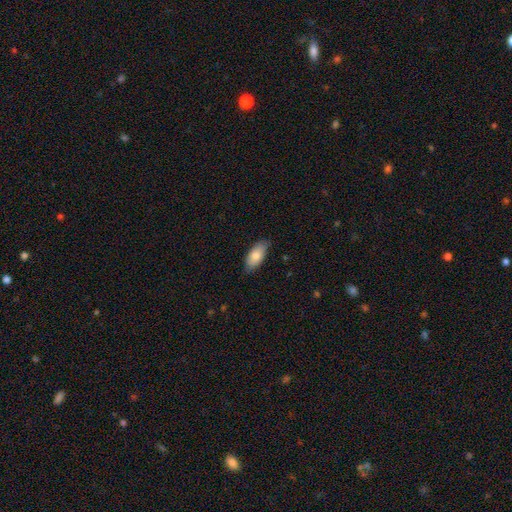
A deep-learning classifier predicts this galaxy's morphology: This is likely a smooth galaxy (80%). How rounded: clearly in between (89%). Merging: likely none (78%).